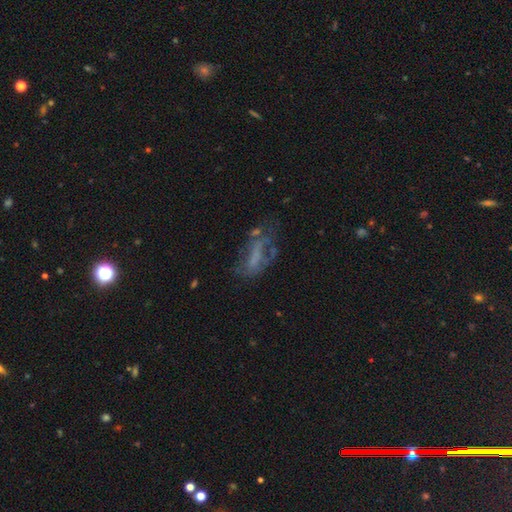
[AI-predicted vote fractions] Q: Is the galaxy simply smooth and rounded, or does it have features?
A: featured or disk — 50%.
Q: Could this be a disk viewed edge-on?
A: no — 91%.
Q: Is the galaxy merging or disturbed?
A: none — 36%.